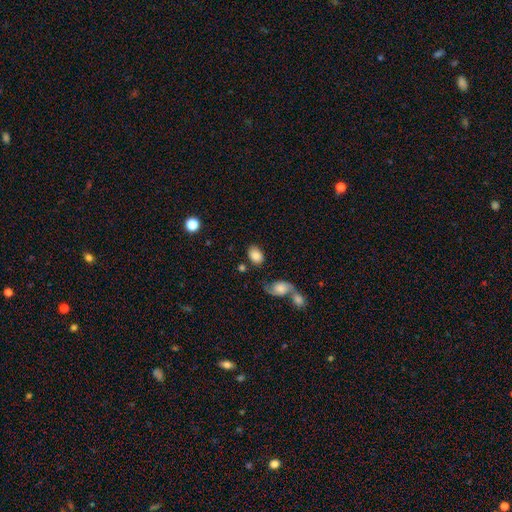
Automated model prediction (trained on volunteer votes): The model was most divided on "merging": none: 68%, minor disturbance: 15%, merger: 11%, major disturbance: 6%. More confident: smooth or featured — smooth (81%); how rounded — in between (80%).